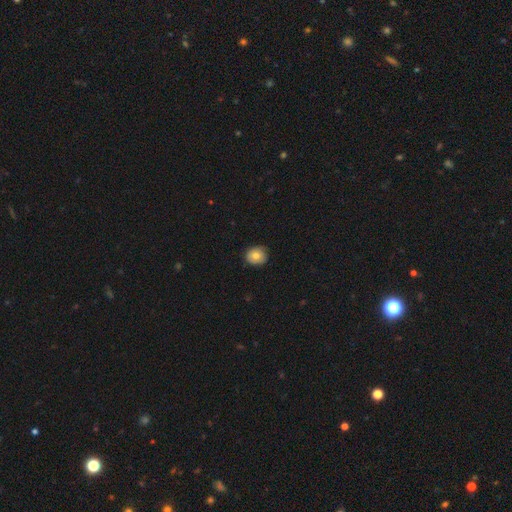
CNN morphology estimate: The model was most divided on "how rounded": round: 75%, in between: 24%, cigar-shaped: 1%. More confident: merging — none (80%); smooth or featured — smooth (71%).